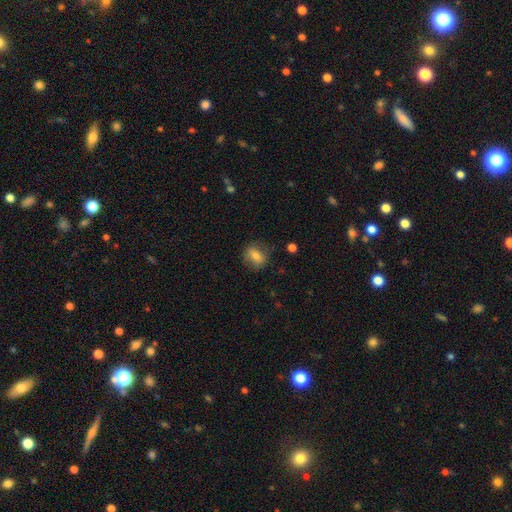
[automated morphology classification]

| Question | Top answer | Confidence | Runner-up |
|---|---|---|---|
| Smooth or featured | smooth | 73% | featured or disk (19%) |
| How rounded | in between | 54% | round (44%) |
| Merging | none | 76% | minor disturbance (17%) |